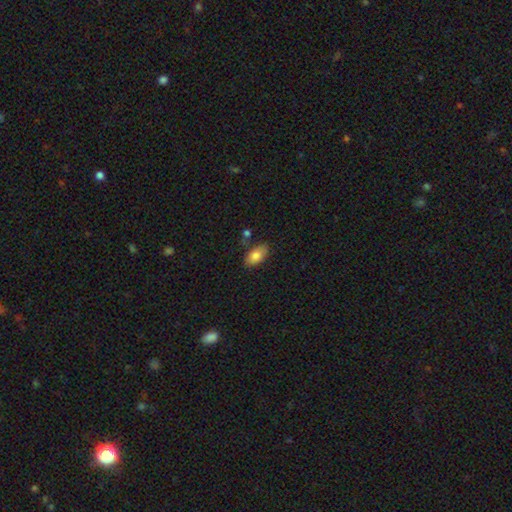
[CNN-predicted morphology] Overall: smooth (81%). How rounded: in between (92%). Merging: none (77%).